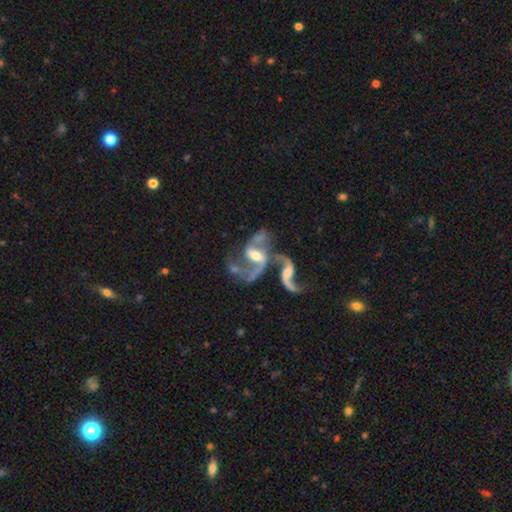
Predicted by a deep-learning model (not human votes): A featured or disk galaxy (86%) with a weak bar (45%), 2 (76%) loose (70%) spiral arms (91%) and a moderate central bulge (54%). Merging: merger (62%).